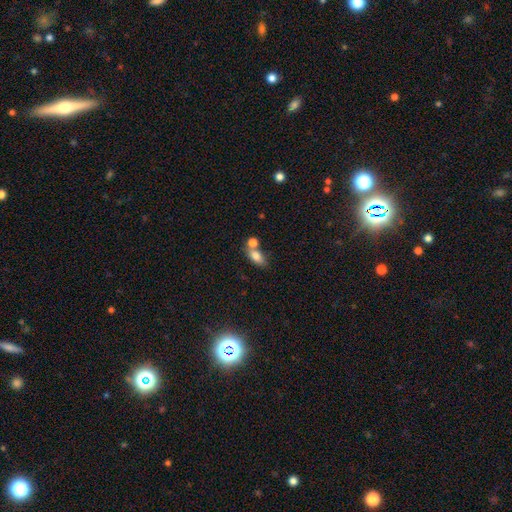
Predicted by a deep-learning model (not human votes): Smooth or featured? Predicted: smooth (p=0.78). How rounded? Predicted: in between (p=0.82). Merging? Predicted: none (p=0.44).